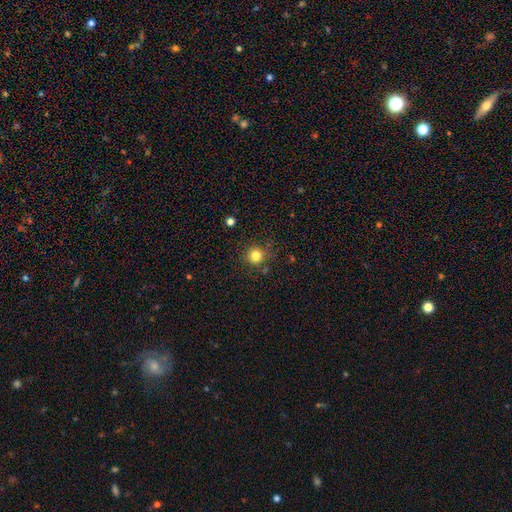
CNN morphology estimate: This appears to be a smooth galaxy with no disk features (81%) that is round (94%). Merging: none (85%).